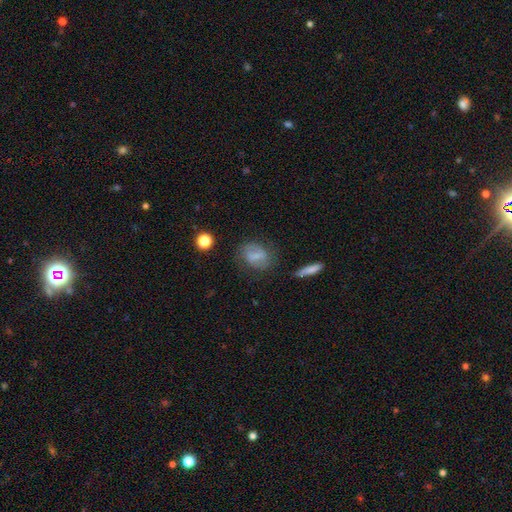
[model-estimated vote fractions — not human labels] smooth 55%, featured or disk 35%, star or artifact 10%. Down the decision tree: how rounded — in between (59%); merging — none (66%).